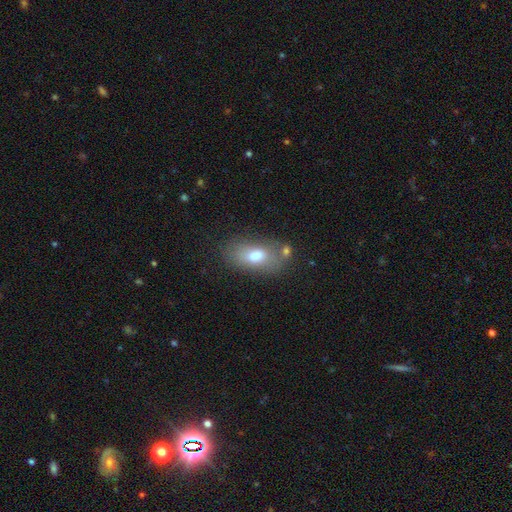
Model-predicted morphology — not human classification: Smooth or featured: smooth — 72% (featured or disk — 19%)
How rounded: in between — 88% (round — 6%)
Merging: none — 67% (minor disturbance — 18%)